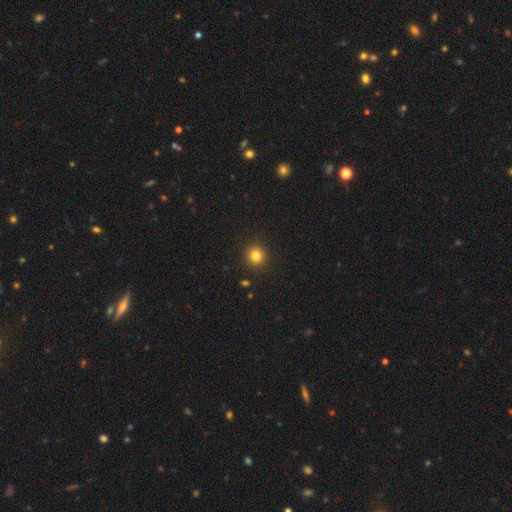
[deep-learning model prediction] Smooth or featured?
  - smooth: 82% *
  - star or artifact: 13%
  - featured or disk: 5%
How rounded?
  - round: 92% *
  - in between: 7%
  - cigar-shaped: 1%
Merging?
  - none: 92% *
  - minor disturbance: 5%
  - major disturbance: 2%
  - merger: 1%